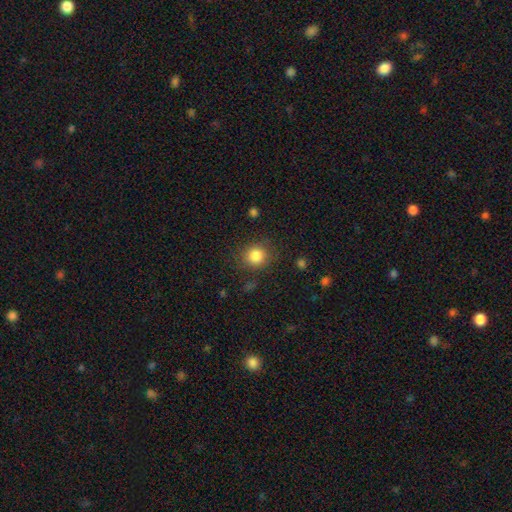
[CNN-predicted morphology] The model was most divided on "how rounded": round: 82%, in between: 17%, cigar-shaped: 1%. More confident: smooth or featured — smooth (84%); merging — none (84%).